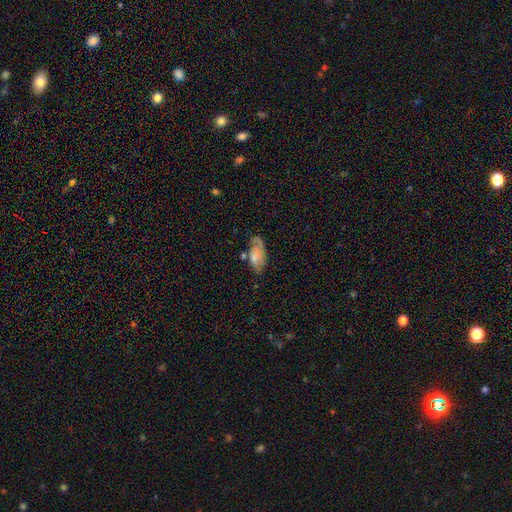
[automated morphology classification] A smooth galaxy with no disk features (53%) that is in between round and cigar-shaped (91%).

Vote fractions:
- Smooth or featured? smooth: 53% / featured or disk: 39% / star or artifact: 8%
- How rounded? in between: 91% / cigar-shaped: 5% / round: 4%
- Merging? none: 46% / minor disturbance: 28% / major disturbance: 17% / merger: 9%